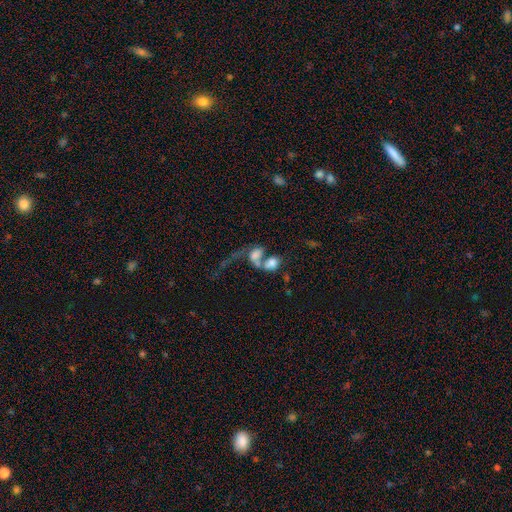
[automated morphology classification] This appears to be a smooth galaxy with no disk features (52%) that is in between round and cigar-shaped (71%). Merging: merger (65%).